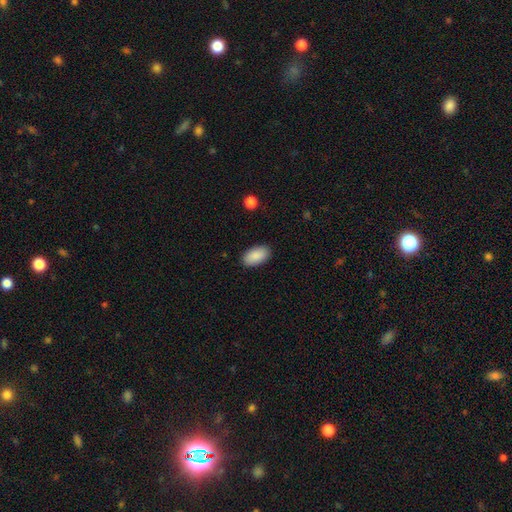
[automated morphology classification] smooth_or_featured: smooth (p=0.90) [alt: star or artifact p=0.06]
how_rounded: in between (p=0.95) [alt: round p=0.03]
merging: none (p=0.89) [alt: minor disturbance p=0.08]